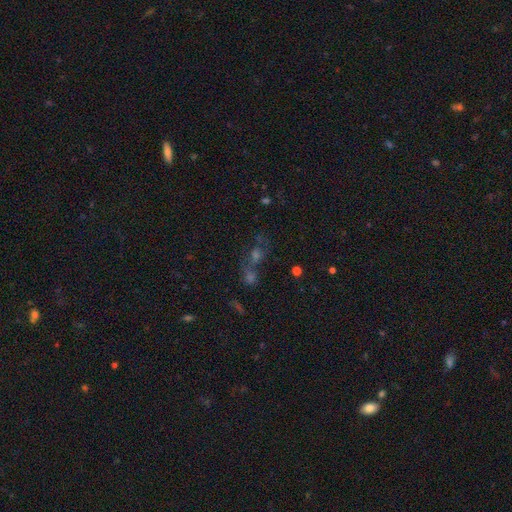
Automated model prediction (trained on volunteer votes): The model was most divided on "smooth or featured": star or artifact: 44%, smooth: 36%, featured or disk: 20%.